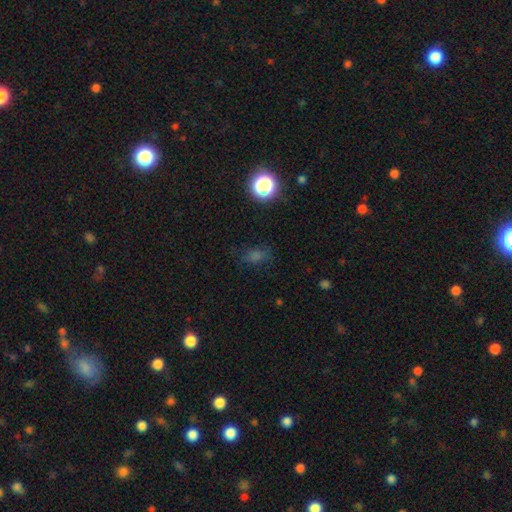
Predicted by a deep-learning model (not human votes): A smooth galaxy with no disk features (58%) that is in between round and cigar-shaped (62%).

Vote fractions:
- Smooth or featured? smooth: 58% / star or artifact: 32% / featured or disk: 10%
- How rounded? in between: 62% / round: 34% / cigar-shaped: 4%
- Merging? none: 74% / minor disturbance: 16% / major disturbance: 7% / merger: 2%